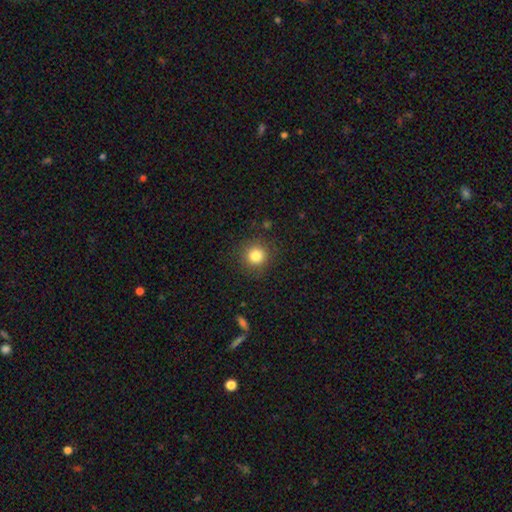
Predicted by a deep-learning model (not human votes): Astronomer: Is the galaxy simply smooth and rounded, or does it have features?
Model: smooth — 83%.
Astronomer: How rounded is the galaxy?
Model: round — 93%.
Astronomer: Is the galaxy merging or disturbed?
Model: none — 87%.